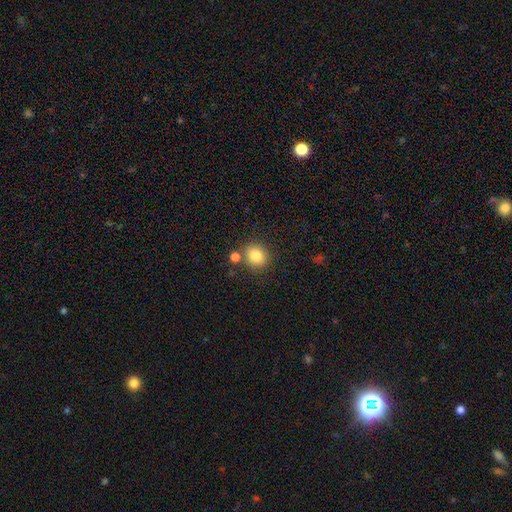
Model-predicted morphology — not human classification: Smooth or featured? Predicted: smooth (p=0.84). How rounded? Predicted: round (p=0.70). Merging? Predicted: none (p=0.73).